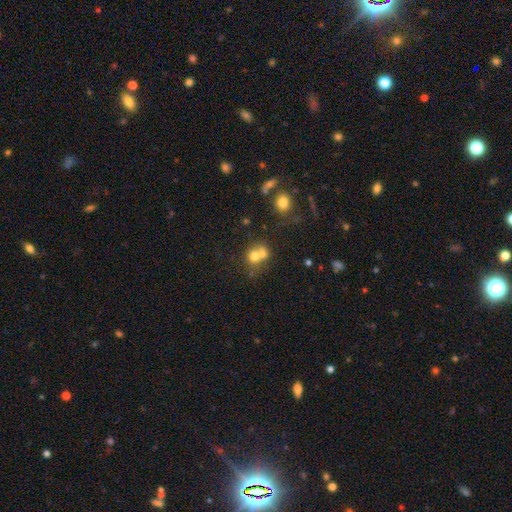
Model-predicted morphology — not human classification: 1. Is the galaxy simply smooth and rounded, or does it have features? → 69% smooth, 18% featured or disk, 13% star or artifact.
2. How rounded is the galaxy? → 75% round, 24% in between, 1% cigar-shaped.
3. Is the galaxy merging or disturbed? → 59% merger, 30% none, 7% minor disturbance, 4% major disturbance.